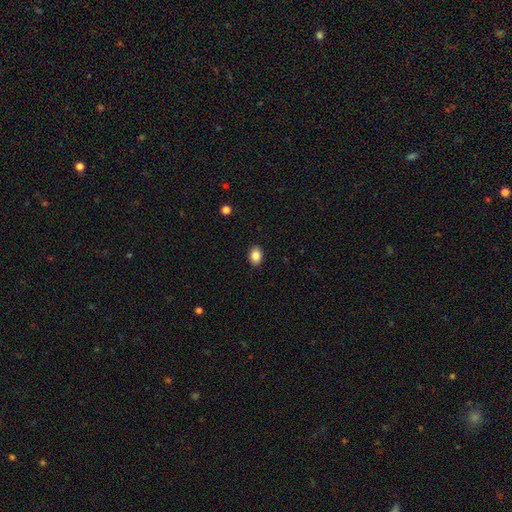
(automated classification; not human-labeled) A smooth galaxy with no disk features (86%) that is in between round and cigar-shaped (70%).

Vote fractions:
- Smooth or featured? smooth: 86% / star or artifact: 9% / featured or disk: 5%
- How rounded? in between: 70% / round: 29% / cigar-shaped: 1%
- Merging? none: 90% / minor disturbance: 7% / major disturbance: 2% / merger: 1%